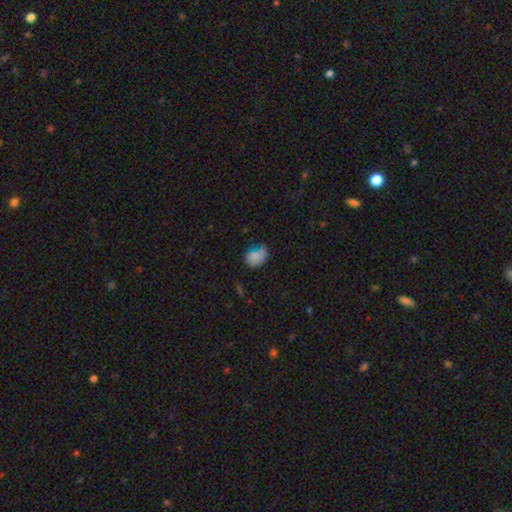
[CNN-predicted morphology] Smooth or featured? Predicted: smooth (p=0.81). How rounded? Predicted: in between (p=0.73). Merging? Predicted: none (p=0.50).